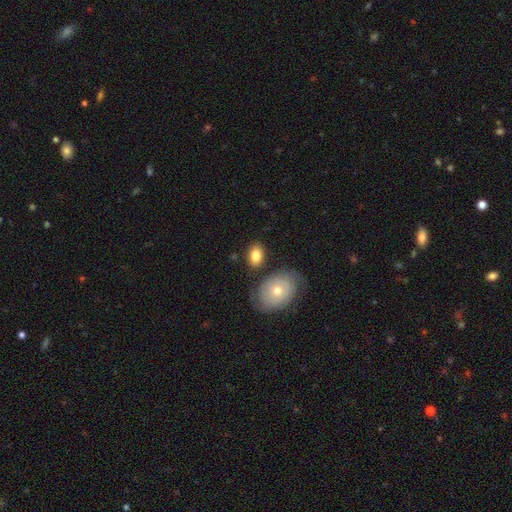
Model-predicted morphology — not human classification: Smooth or featured: smooth — 79% (featured or disk — 13%)
How rounded: in between — 80% (round — 19%)
Merging: none — 74% (minor disturbance — 13%)